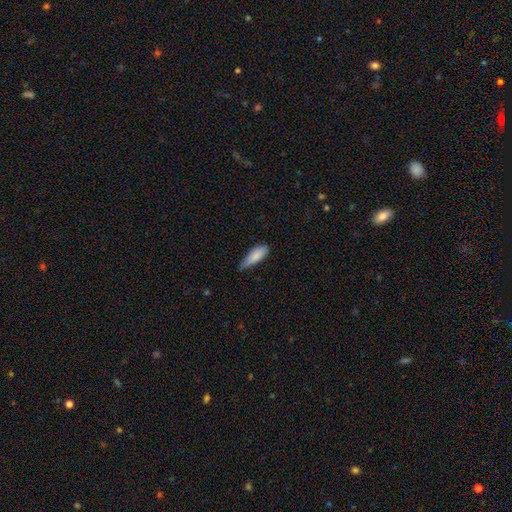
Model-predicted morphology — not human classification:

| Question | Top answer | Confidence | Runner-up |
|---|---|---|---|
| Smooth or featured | smooth | 85% | featured or disk (9%) |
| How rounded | in between | 60% | cigar-shaped (38%) |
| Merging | minor disturbance | 46% | none (45%) |